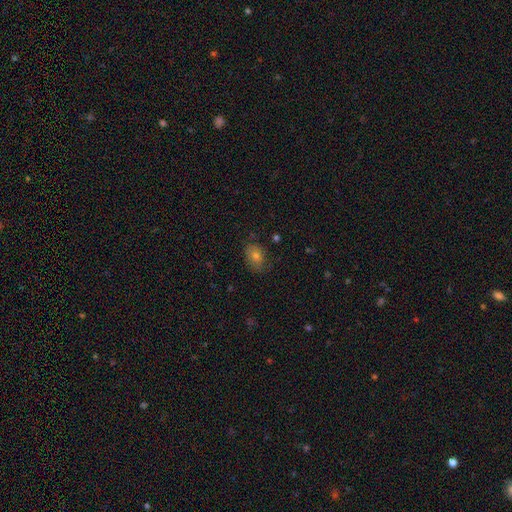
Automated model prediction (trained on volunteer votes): smooth_or_featured: smooth (p=0.70) [alt: star or artifact p=0.15]
how_rounded: in between (p=0.64) [alt: round p=0.35]
merging: none (p=0.74) [alt: minor disturbance p=0.20]